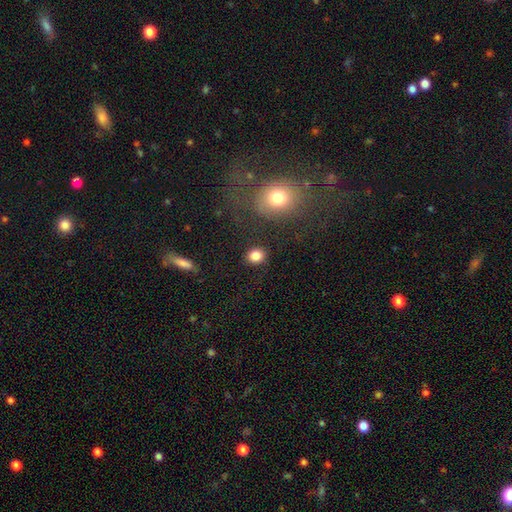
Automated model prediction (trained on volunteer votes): Smooth or featured? Predicted: smooth (p=0.84). How rounded? Predicted: round (p=0.66). Merging? Predicted: none (p=0.87).